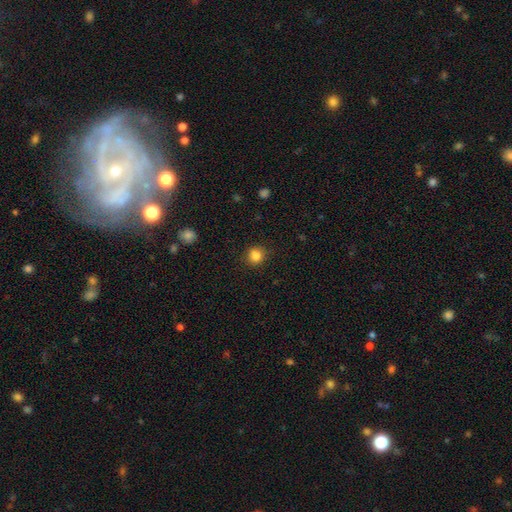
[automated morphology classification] Smooth or featured: smooth — 84% (star or artifact — 12%)
How rounded: round — 85% (in between — 14%)
Merging: none — 85% (minor disturbance — 10%)